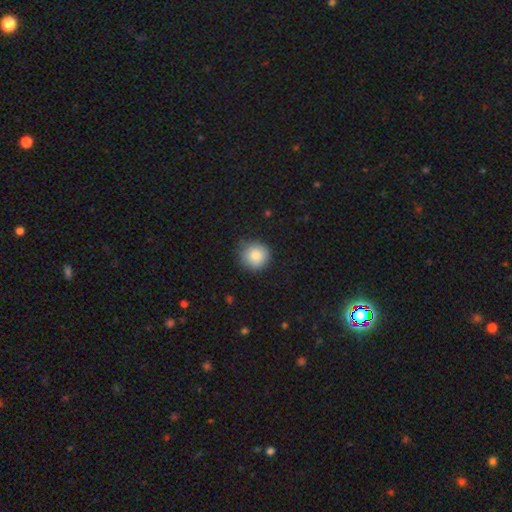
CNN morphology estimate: This appears to be a smooth galaxy with no disk features (85%) that is round (93%). Merging: none (83%).